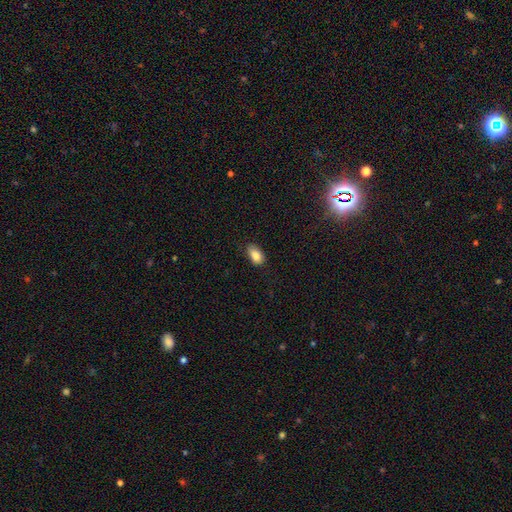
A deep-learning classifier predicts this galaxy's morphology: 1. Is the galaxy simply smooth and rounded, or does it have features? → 86% smooth, 8% star or artifact, 6% featured or disk.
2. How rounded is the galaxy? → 92% in between, 6% round, 2% cigar-shaped.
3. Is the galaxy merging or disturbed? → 79% none, 17% minor disturbance, 3% major disturbance, 1% merger.